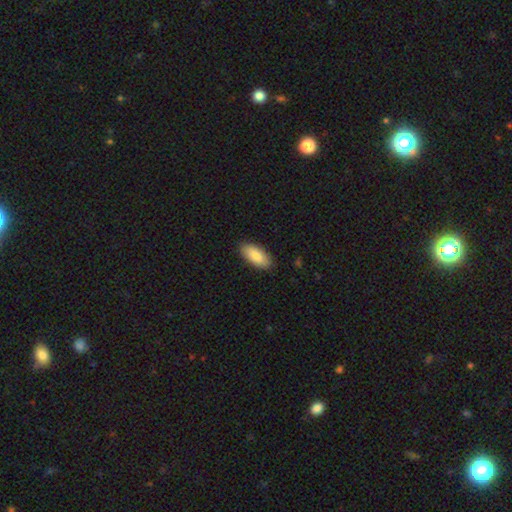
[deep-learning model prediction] smooth 86%, featured or disk 8%, star or artifact 5%. Down the decision tree: how rounded — in between (88%); merging — none (87%).